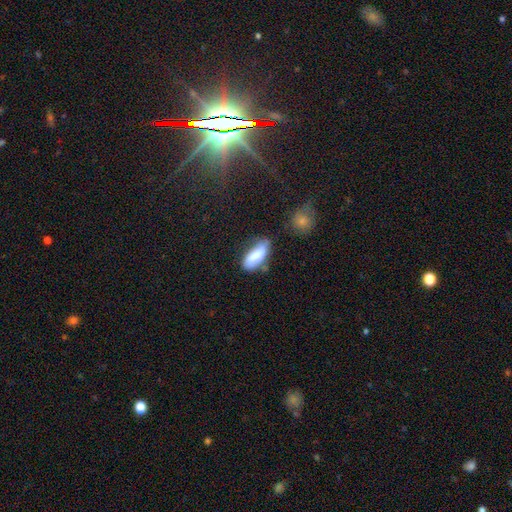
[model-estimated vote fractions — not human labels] A smooth galaxy with no disk features (72%) that is in between round and cigar-shaped (79%).

Vote fractions:
- Smooth or featured? smooth: 72% / featured or disk: 21% / star or artifact: 7%
- How rounded? in between: 79% / cigar-shaped: 19% / round: 2%
- Merging? none: 53% / minor disturbance: 30% / major disturbance: 9% / merger: 8%